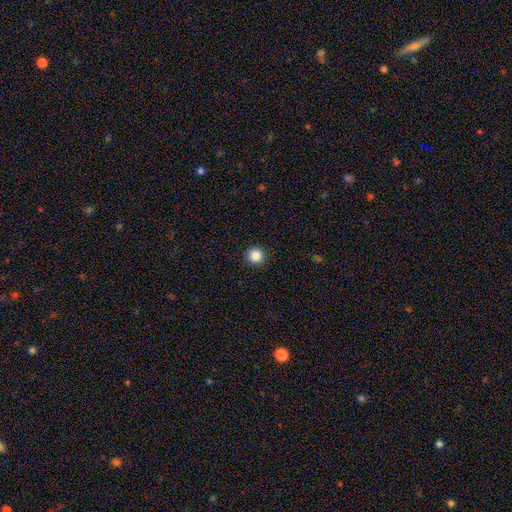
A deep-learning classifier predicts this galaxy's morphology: This appears to be a smooth galaxy with no disk features (86%) that is round (95%). Merging: none (93%).